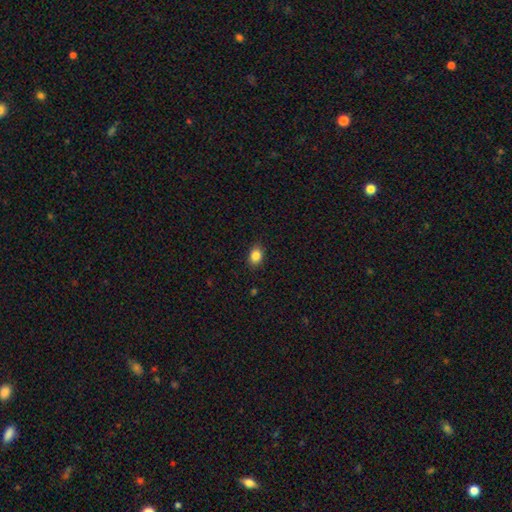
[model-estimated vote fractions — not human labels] Overall: smooth (86%). How rounded: in between (74%). Merging: none (87%).